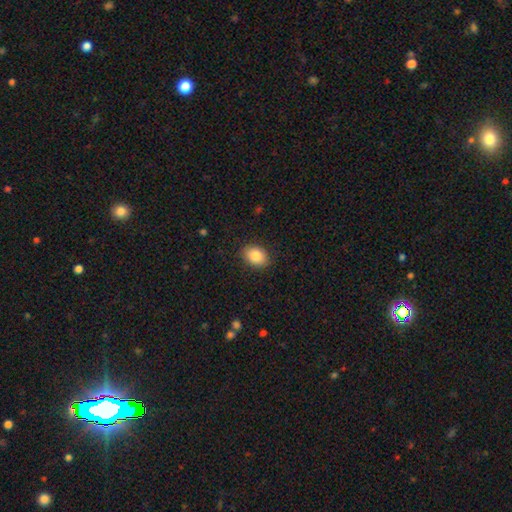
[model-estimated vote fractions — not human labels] smooth-or-featured: smooth: 85% | star or artifact: 8% | featured or disk: 7%
  how-rounded: in between: 70% | round: 29% | cigar-shaped: 1%
  merging: none: 86% | minor disturbance: 10% | major disturbance: 3% | merger: 1%